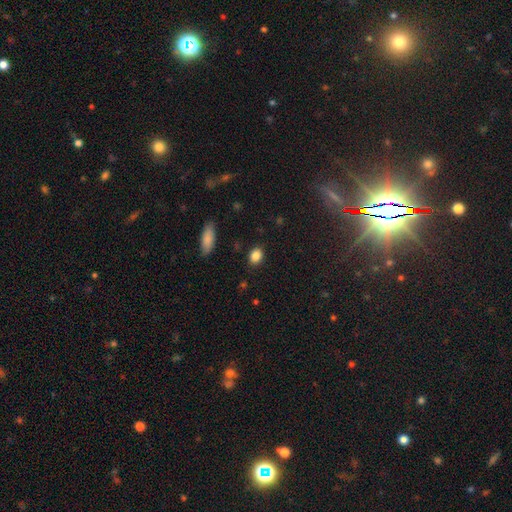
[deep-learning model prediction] Smooth or featured? Predicted: smooth (p=0.85). How rounded? Predicted: in between (p=0.65). Merging? Predicted: none (p=0.86).